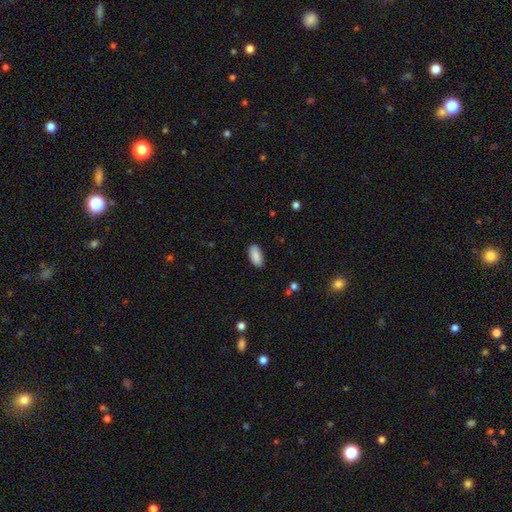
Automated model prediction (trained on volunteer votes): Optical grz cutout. It shows a smooth galaxy with no disk features (89%) that is in between round and cigar-shaped (92%). Merging: none (87%).